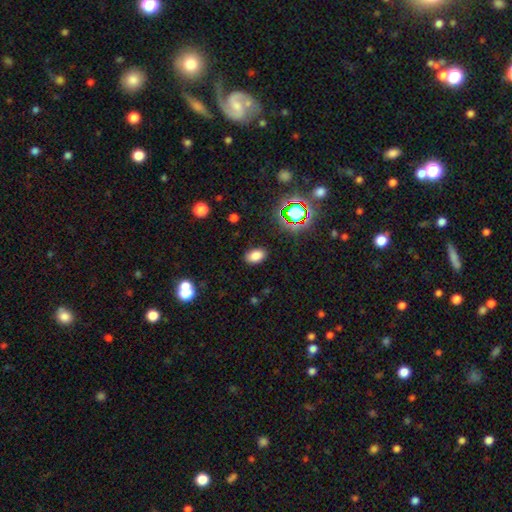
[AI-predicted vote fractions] Morphology: type=smooth (79%); roundness=in between (88%); merging=none (86%).